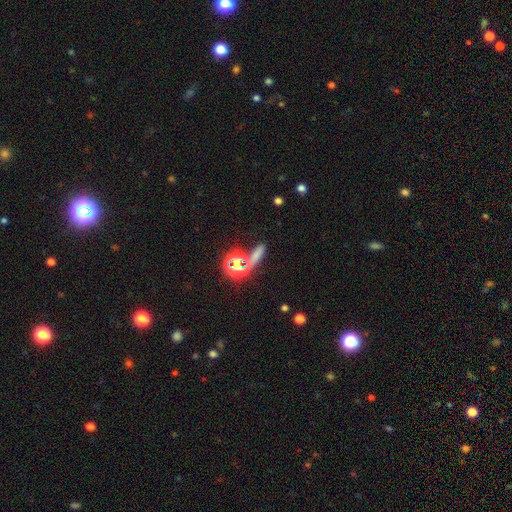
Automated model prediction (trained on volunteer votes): This is possibly a smooth galaxy (53%). How rounded: possibly cigar-shaped (49%). Merging: possibly none (54%).